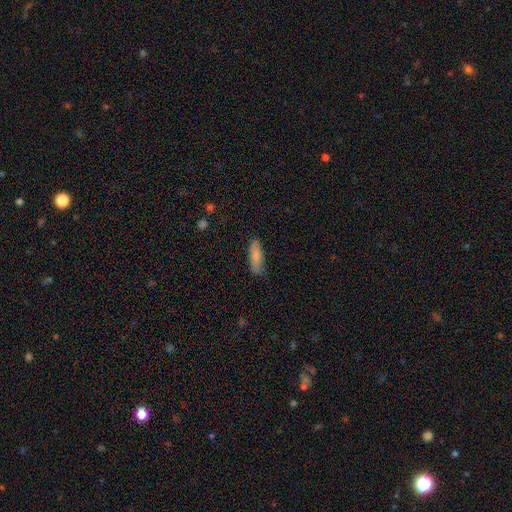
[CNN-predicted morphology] Smooth or featured?
  - smooth: 82% *
  - featured or disk: 12%
  - star or artifact: 6%
How rounded?
  - cigar-shaped: 55% *
  - in between: 43%
  - round: 2%
Merging?
  - none: 80% *
  - minor disturbance: 16%
  - major disturbance: 3%
  - merger: 1%